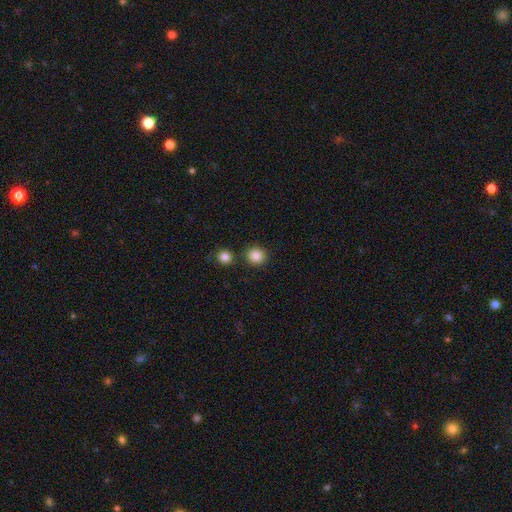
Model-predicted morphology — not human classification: Smooth or featured?
  - smooth: 86% *
  - star or artifact: 10%
  - featured or disk: 4%
How rounded?
  - round: 88% *
  - in between: 11%
  - cigar-shaped: 1%
Merging?
  - none: 83% *
  - merger: 7%
  - minor disturbance: 7%
  - major disturbance: 2%